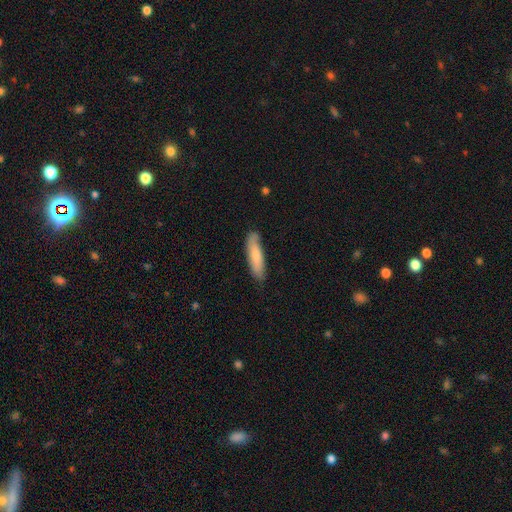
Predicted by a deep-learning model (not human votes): This appears to be a smooth galaxy with no disk features (75%) that is cigar-shaped (71%). Merging: none (76%).